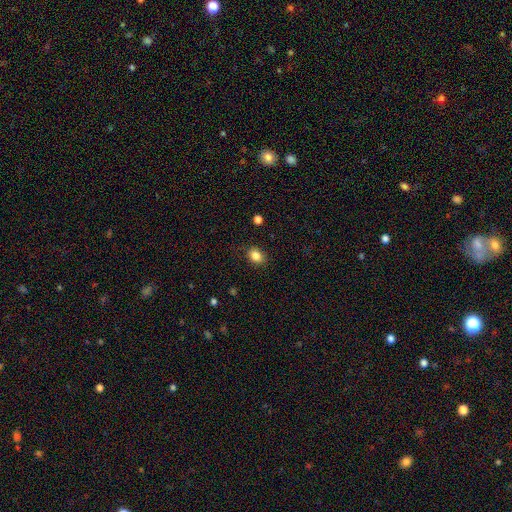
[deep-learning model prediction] Q: Smooth or featured?
A: smooth (84%); runner-up: star or artifact (10%)
Q: How rounded?
A: in between (54%); runner-up: round (45%)
Q: Merging?
A: none (84%); runner-up: minor disturbance (12%)